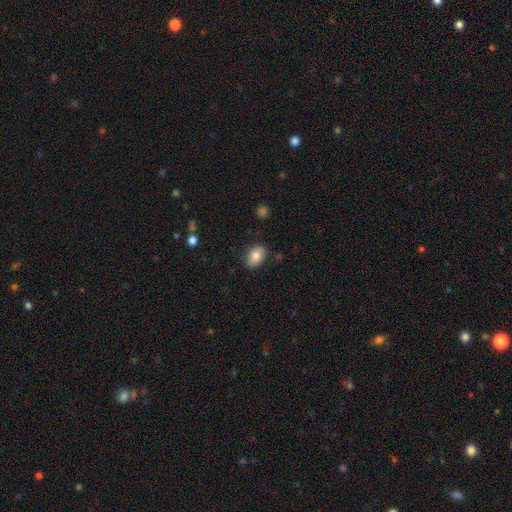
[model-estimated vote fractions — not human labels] A smooth galaxy with no disk features (80%) that is in between round and cigar-shaped (79%). Merging: none (84%).